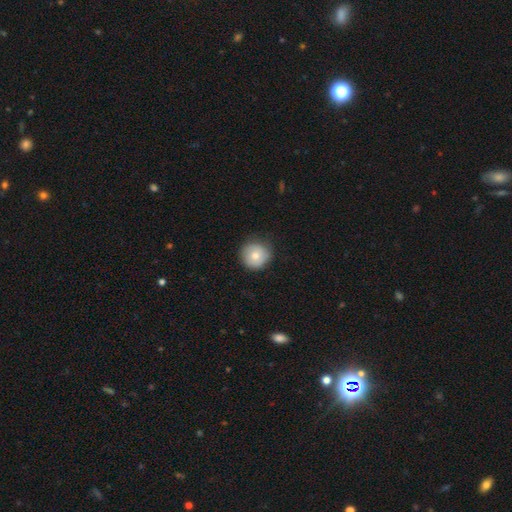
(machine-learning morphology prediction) A smooth galaxy with no disk features (74%) that is round (94%).

Vote fractions:
- Smooth or featured? smooth: 74% / featured or disk: 18% / star or artifact: 9%
- How rounded? round: 94% / in between: 5% / cigar-shaped: 1%
- Merging? none: 79% / minor disturbance: 16% / major disturbance: 4% / merger: 1%